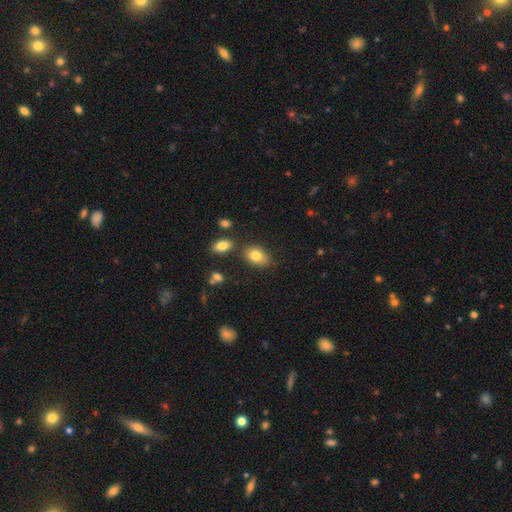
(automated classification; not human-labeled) smooth 82%, featured or disk 10%, star or artifact 8%. Down the decision tree: how rounded — in between (84%); merging — none (76%).